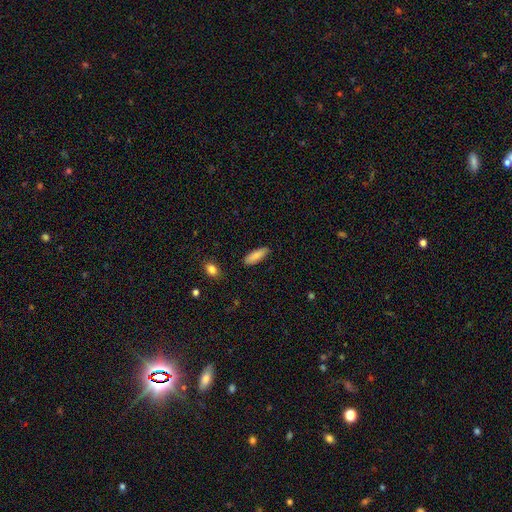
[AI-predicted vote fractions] Smooth or featured? smooth (86%)
How rounded? in between (58%)
Merging? none (86%)